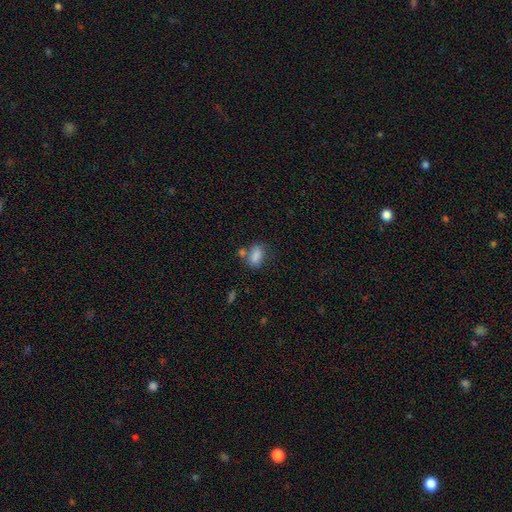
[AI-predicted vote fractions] This is clearly a smooth galaxy (83%). How rounded: clearly in between (82%). Merging: possibly none (53%).